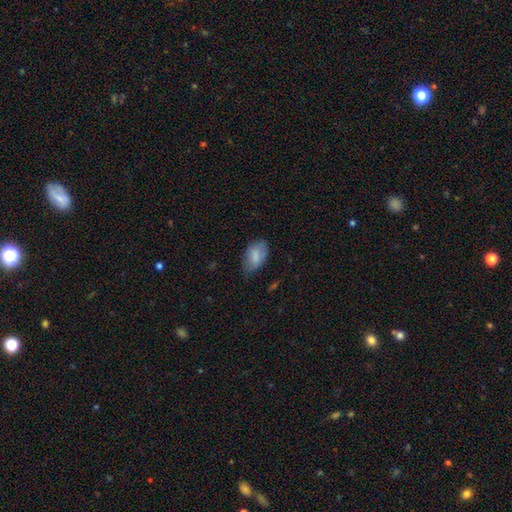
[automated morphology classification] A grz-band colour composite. It shows a smooth galaxy with no disk features (79%) that is in between round and cigar-shaped (92%). Merging: none (66%).